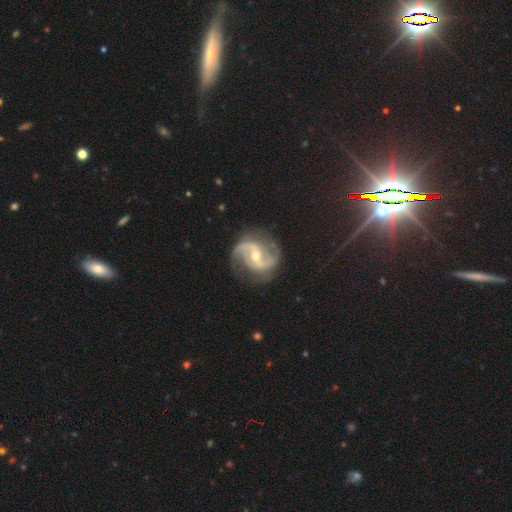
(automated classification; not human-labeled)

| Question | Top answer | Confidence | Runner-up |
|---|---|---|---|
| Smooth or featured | featured or disk | 91% | star or artifact (5%) |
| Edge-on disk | no | 98% | yes (2%) |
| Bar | weak | 41% | strong (32%) |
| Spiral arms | yes | 98% | no (2%) |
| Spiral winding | medium | 53% | loose (30%) |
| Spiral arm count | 2 | 92% | 3 (2%) |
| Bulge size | moderate | 51% | small (46%) |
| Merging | none | 79% | minor disturbance (14%) |